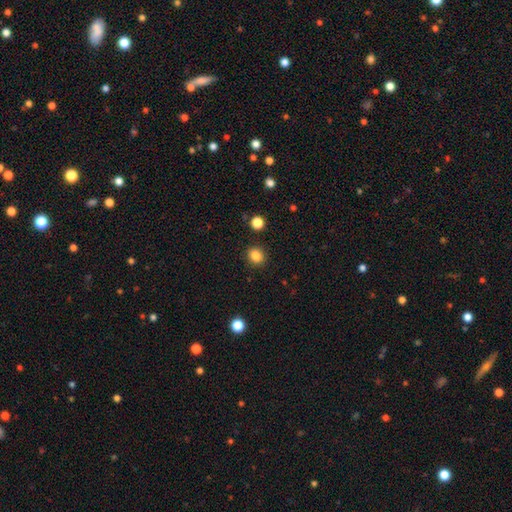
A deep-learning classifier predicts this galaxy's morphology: A smooth galaxy with no disk features (84%) that is round (76%). Merging: none (90%).